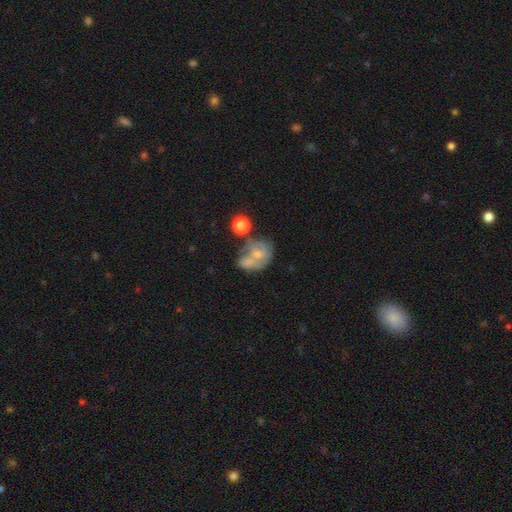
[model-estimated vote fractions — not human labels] Morphology: type=featured or disk (45%); merging=merger (36%).